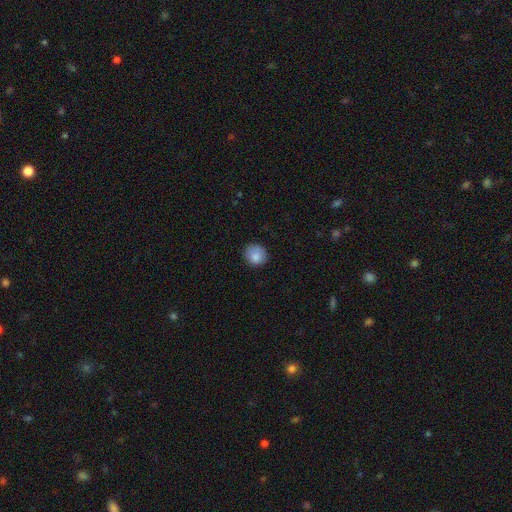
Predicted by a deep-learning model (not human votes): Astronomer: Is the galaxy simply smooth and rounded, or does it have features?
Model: smooth — 85%.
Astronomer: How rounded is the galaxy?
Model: round — 83%.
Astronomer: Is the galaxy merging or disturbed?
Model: none — 78%.